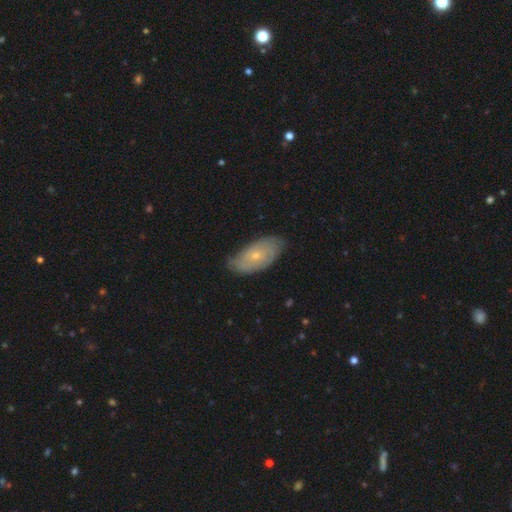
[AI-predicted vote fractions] The model was most divided on "smooth or featured": featured or disk: 53%, smooth: 41%, star or artifact: 6%. More confident: edge-on disk — no (89%); merging — none (72%).